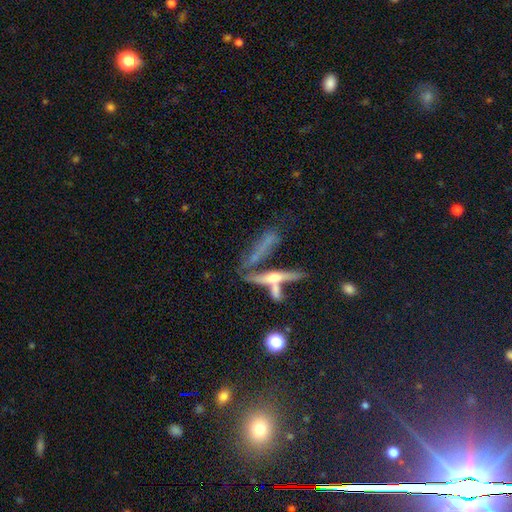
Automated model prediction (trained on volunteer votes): The model was most divided on "merging": none: 48%, merger: 27%, minor disturbance: 15%, major disturbance: 10%. More confident: edge-on disk — yes (80%); smooth or featured — featured or disk (57%).